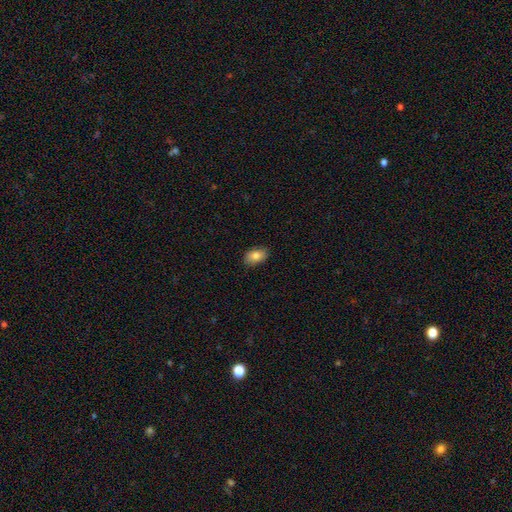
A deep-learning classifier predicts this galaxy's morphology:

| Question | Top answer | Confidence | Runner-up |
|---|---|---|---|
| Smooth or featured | smooth | 82% | featured or disk (10%) |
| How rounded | in between | 88% | round (10%) |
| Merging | none | 86% | minor disturbance (11%) |